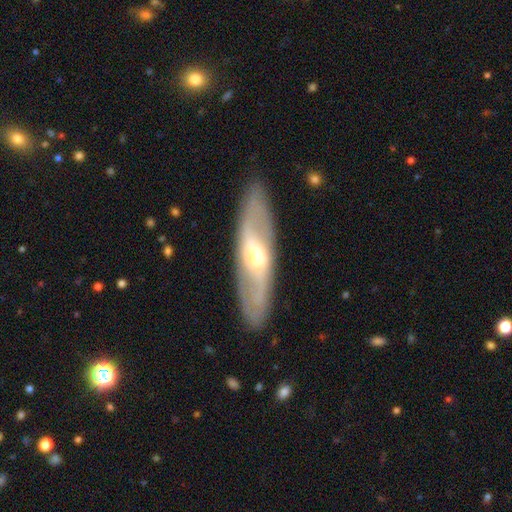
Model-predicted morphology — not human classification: Smooth or featured?
  - featured or disk: 68% *
  - smooth: 26%
  - star or artifact: 5%
Edge-on disk?
  - no: 71% *
  - yes: 29%
Merging?
  - none: 86% *
  - minor disturbance: 10%
  - major disturbance: 3%
  - merger: 1%